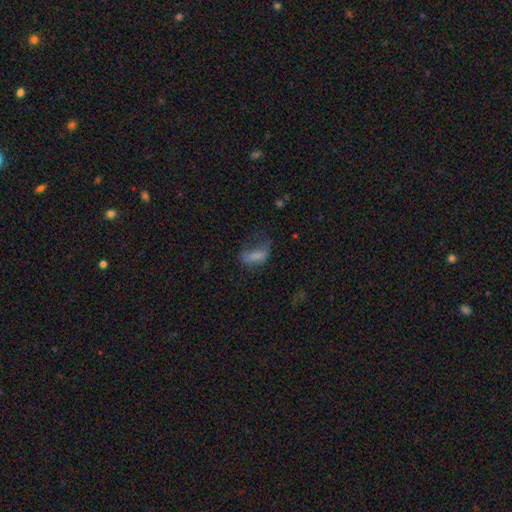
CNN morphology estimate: A smooth galaxy with no disk features (67%) that is in between round and cigar-shaped (79%).

Vote fractions:
- Smooth or featured? smooth: 67% / featured or disk: 19% / star or artifact: 13%
- How rounded? in between: 79% / cigar-shaped: 15% / round: 6%
- Merging? major disturbance: 43% / none: 29% / minor disturbance: 25% / merger: 4%